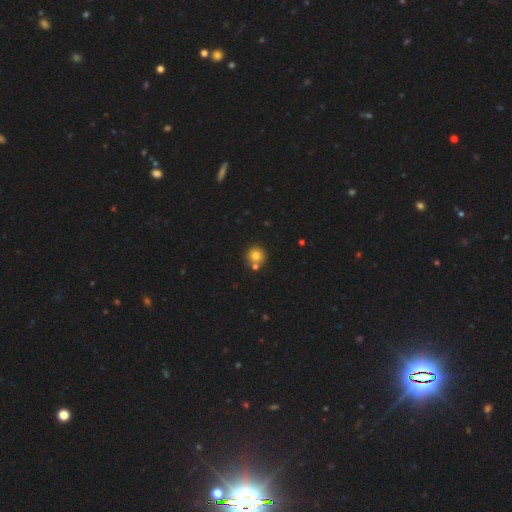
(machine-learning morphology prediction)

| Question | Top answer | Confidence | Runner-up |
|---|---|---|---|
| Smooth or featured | smooth | 79% | star or artifact (12%) |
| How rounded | round | 93% | in between (6%) |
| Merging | none | 70% | merger (20%) |